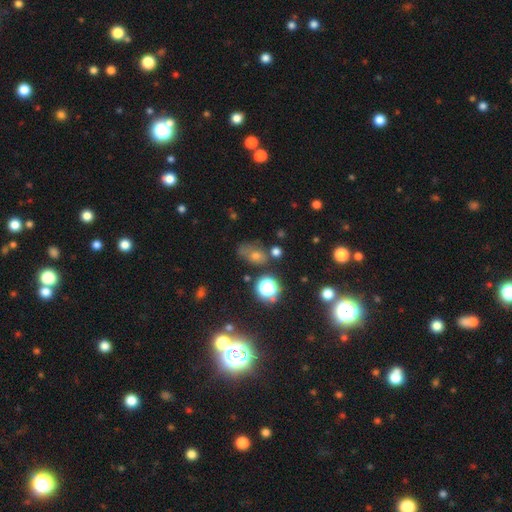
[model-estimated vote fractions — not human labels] smooth_or_featured: smooth (p=0.45) [alt: star or artifact p=0.38]
merging: none (p=0.63) [alt: minor disturbance p=0.19]